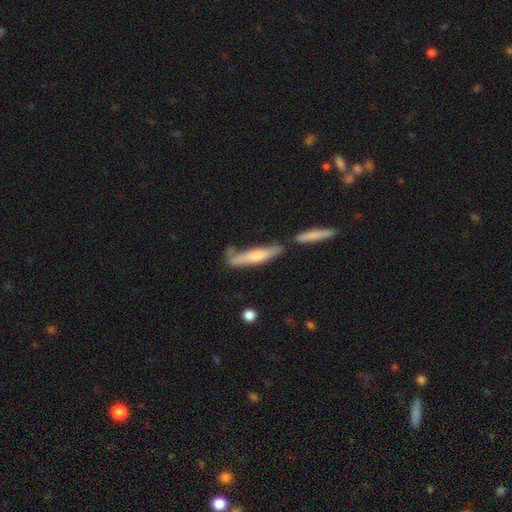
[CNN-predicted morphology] This is possibly a featured or disk galaxy (50%). It is likely viewed edge-on (69%). Merging: marginally none (44%).